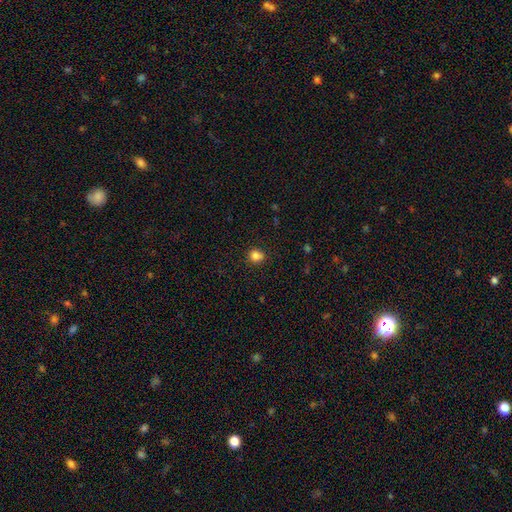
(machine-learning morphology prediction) Q: Smooth or featured?
A: smooth (83%); runner-up: star or artifact (12%)
Q: How rounded?
A: round (85%); runner-up: in between (14%)
Q: Merging?
A: none (87%); runner-up: minor disturbance (9%)